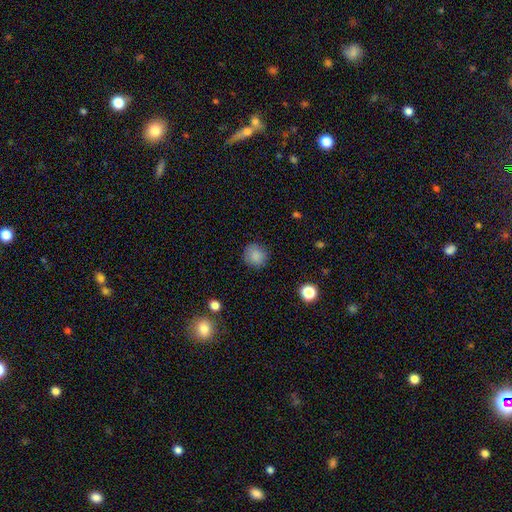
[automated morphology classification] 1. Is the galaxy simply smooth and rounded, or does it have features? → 86% smooth, 10% star or artifact, 4% featured or disk.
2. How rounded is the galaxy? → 90% round, 9% in between, 1% cigar-shaped.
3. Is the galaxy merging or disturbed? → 87% none, 9% minor disturbance, 3% major disturbance, 1% merger.